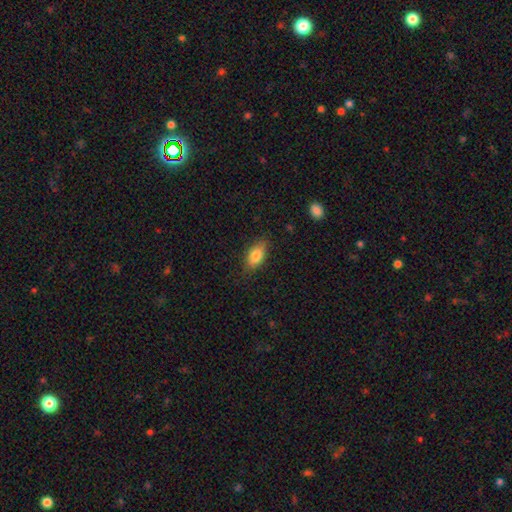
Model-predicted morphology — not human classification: Smooth or featured: smooth — 80% (featured or disk — 13%)
How rounded: in between — 86% (cigar-shaped — 10%)
Merging: none — 80% (minor disturbance — 15%)